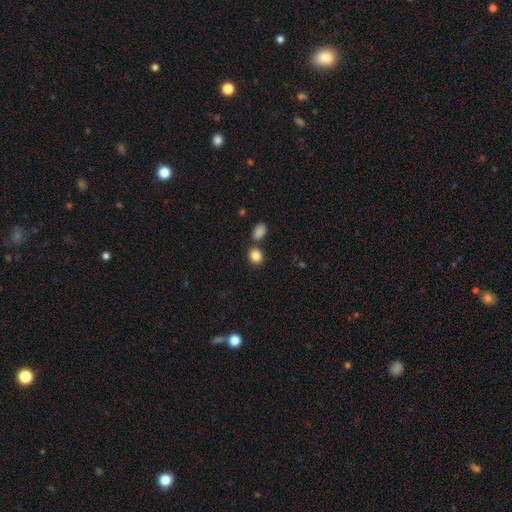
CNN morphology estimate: The model was most divided on "how rounded": round: 58%, in between: 41%, cigar-shaped: 1%. More confident: smooth or featured — smooth (86%); merging — none (69%).